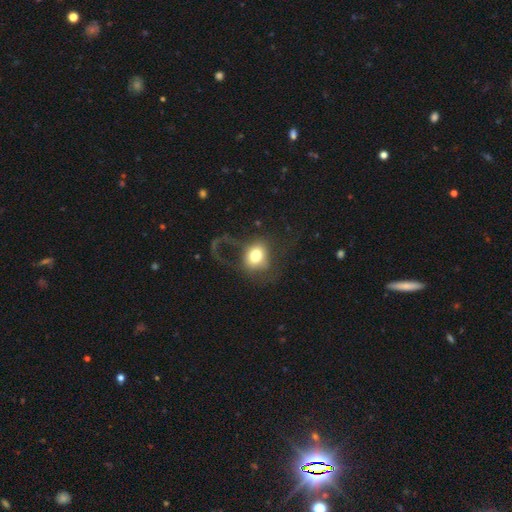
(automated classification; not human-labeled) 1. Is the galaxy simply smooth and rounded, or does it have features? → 66% smooth, 24% featured or disk, 10% star or artifact.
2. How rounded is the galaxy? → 70% round, 29% in between, 1% cigar-shaped.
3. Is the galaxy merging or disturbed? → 48% major disturbance, 35% none, 14% minor disturbance, 3% merger.